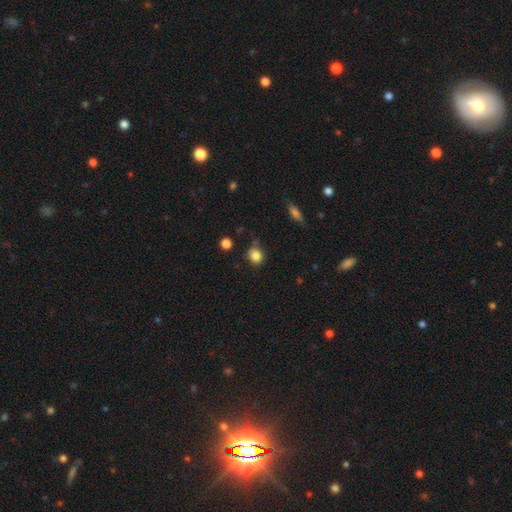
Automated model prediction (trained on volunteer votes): Q: Smooth or featured?
A: smooth (85%); runner-up: star or artifact (11%)
Q: How rounded?
A: round (74%); runner-up: in between (25%)
Q: Merging?
A: none (77%); runner-up: minor disturbance (15%)